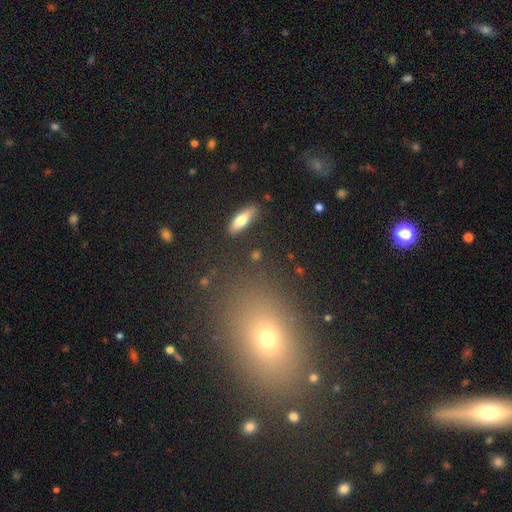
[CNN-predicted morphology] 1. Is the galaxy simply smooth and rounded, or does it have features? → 57% smooth, 24% featured or disk, 19% star or artifact.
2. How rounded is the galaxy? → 56% in between, 25% cigar-shaped, 19% round.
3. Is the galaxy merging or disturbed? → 83% none, 9% minor disturbance, 4% merger, 4% major disturbance.